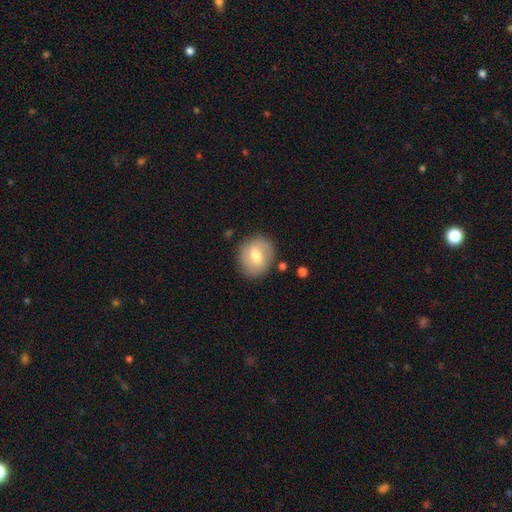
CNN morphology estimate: Smooth or featured? smooth (69%)
How rounded? round (75%)
Merging? none (83%)